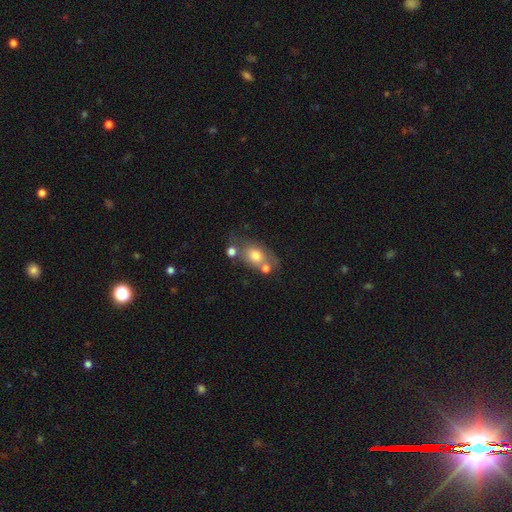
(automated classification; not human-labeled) Q: Smooth or featured?
A: smooth (68%); runner-up: featured or disk (22%)
Q: How rounded?
A: in between (68%); runner-up: round (29%)
Q: Merging?
A: none (45%); runner-up: merger (28%)